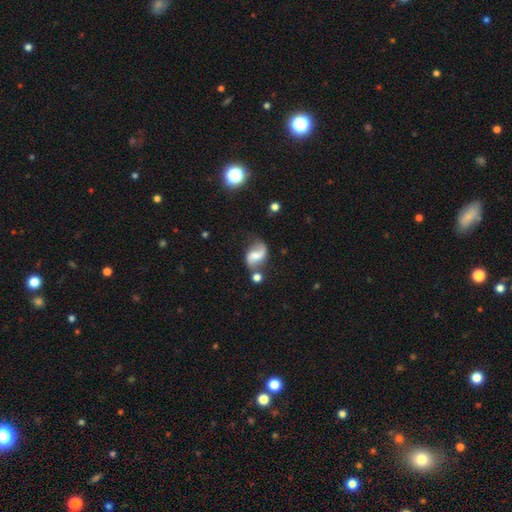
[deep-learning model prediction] smooth-or-featured: featured or disk: 71% | smooth: 20% | star or artifact: 8%
  disk-edge-on: no: 97% | yes: 3%
    bar: weak: 44% | no: 36% | strong: 20%
    has-spiral-arms: yes: 92% | no: 8%
      spiral-winding: loose: 70% | medium: 24% | tight: 6%
      spiral-arm-count: 2: 87% | 1: 7% | can't tell: 4% | 3: 1% | 4: 1% | more than 4: 1%
    bulge-size: moderate: 31% | small: 29% | none: 27% | large: 10% | dominant: 3%
  merging: none: 54% | minor disturbance: 22% | merger: 13% | major disturbance: 11%